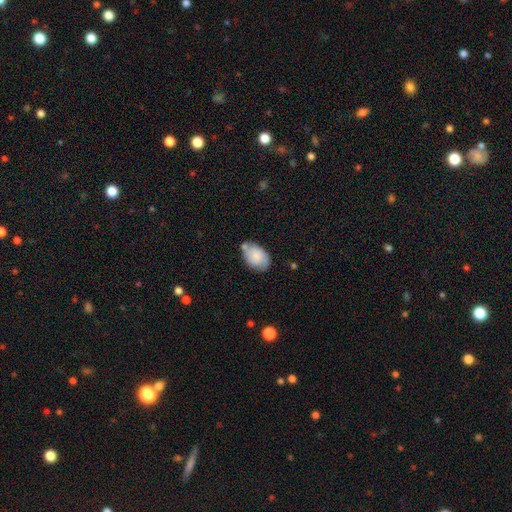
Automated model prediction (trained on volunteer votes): This is likely a smooth galaxy (77%). How rounded: clearly in between (89%). Merging: possibly none (58%).